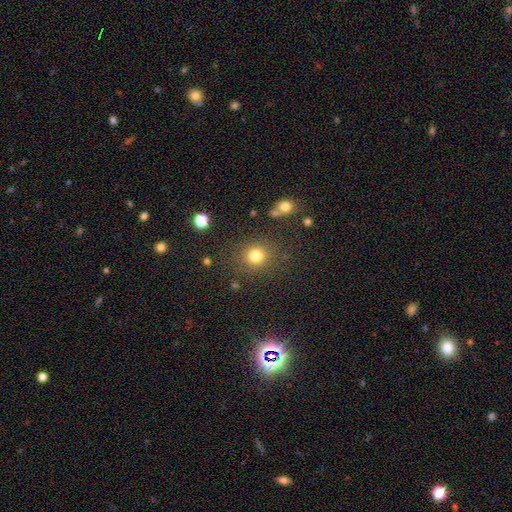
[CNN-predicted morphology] smooth_or_featured: smooth (p=0.80) [alt: star or artifact p=0.14]
how_rounded: round (p=0.81) [alt: in between p=0.18]
merging: none (p=0.83) [alt: minor disturbance p=0.09]